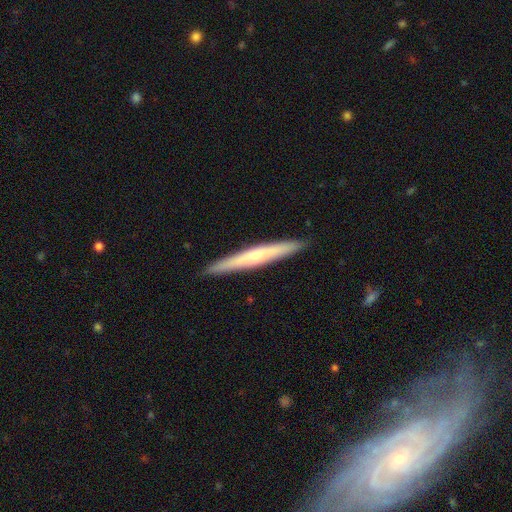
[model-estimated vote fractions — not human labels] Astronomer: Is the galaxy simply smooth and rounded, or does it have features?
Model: featured or disk — 58% (runner-up: smooth, 36%).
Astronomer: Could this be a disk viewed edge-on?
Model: yes — 95%.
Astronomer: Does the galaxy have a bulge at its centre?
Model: rounded — 64%.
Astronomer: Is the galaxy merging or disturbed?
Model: none — 91%.